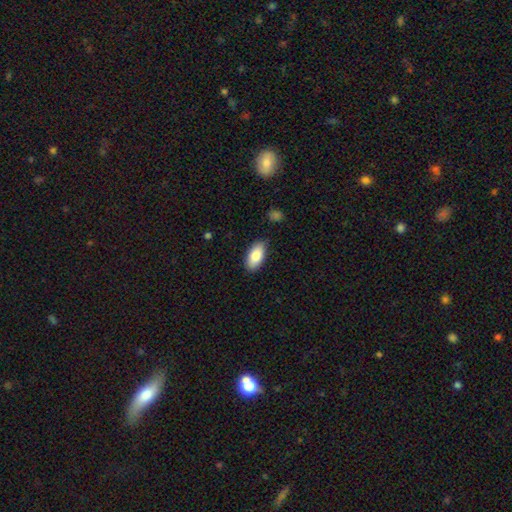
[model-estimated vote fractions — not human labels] This is clearly a smooth galaxy (84%). How rounded: clearly in between (91%). Merging: clearly none (81%).